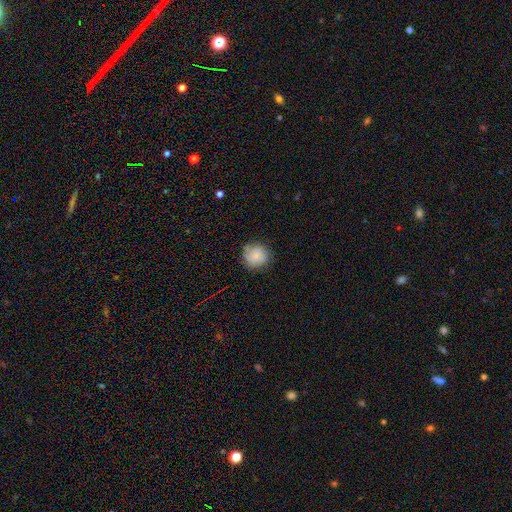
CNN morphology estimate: This appears to be a smooth galaxy with no disk features (71%) that is round (87%). Merging: none (69%).